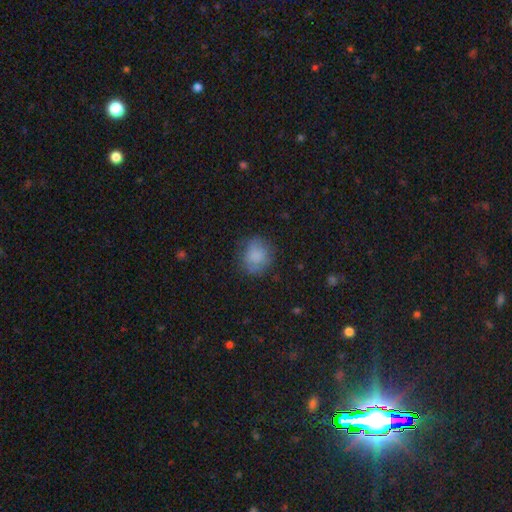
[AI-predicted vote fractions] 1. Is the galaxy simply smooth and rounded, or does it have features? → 80% smooth, 11% featured or disk, 9% star or artifact.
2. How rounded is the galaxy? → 75% round, 24% in between, 1% cigar-shaped.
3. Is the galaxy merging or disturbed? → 71% none, 20% minor disturbance, 8% major disturbance, 1% merger.